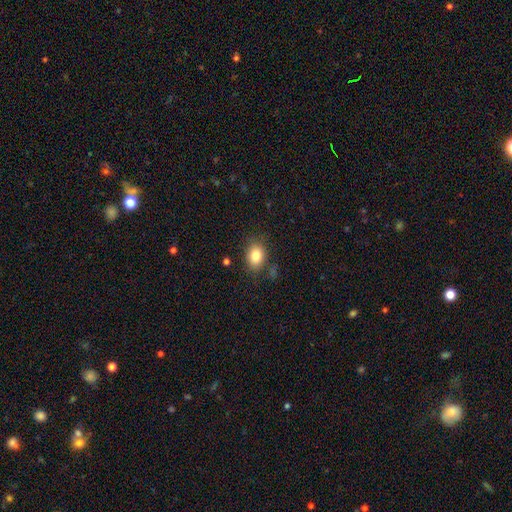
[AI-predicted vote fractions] Morphology: type=smooth (83%); roundness=in between (70%); merging=none (80%).